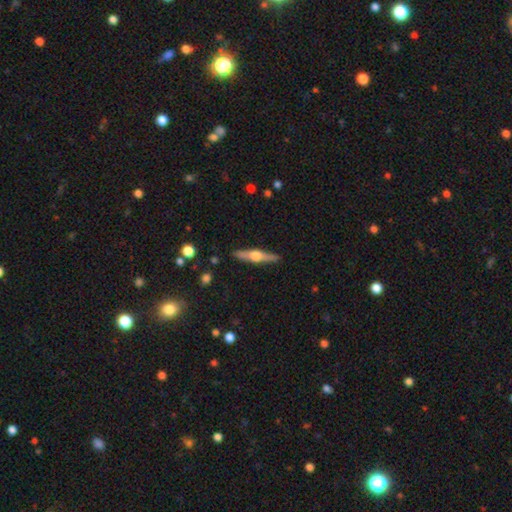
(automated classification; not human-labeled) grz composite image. It shows a featured or disk galaxy (72%) viewed edge-on (97%) with a rounded central bulge (94%). Merging: none (90%).